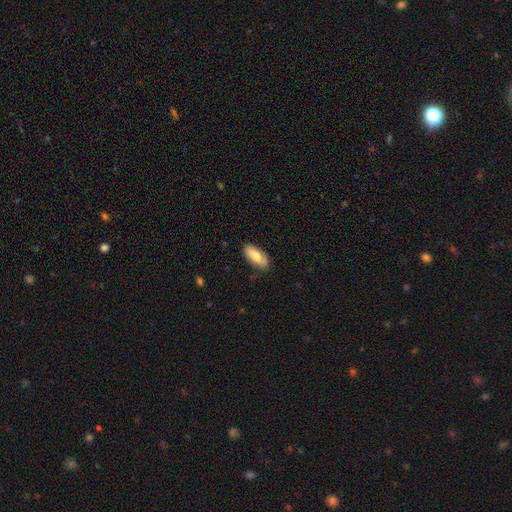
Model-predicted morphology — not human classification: Overall: smooth (77%). How rounded: in between (83%). Merging: none (82%).